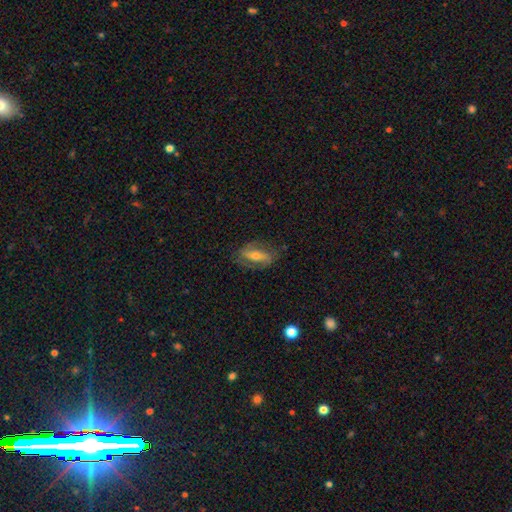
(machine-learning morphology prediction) smooth_or_featured: featured or disk (p=0.62) [alt: smooth p=0.31]
disk_edge_on: no (p=0.86) [alt: yes p=0.14]
bar: strong (p=0.46) [alt: weak p=0.29]
has_spiral_arms: yes (p=0.72) [alt: no p=0.28]
bulge_size: moderate (p=0.54) [alt: small p=0.38]
merging: none (p=0.73) [alt: minor disturbance p=0.18]